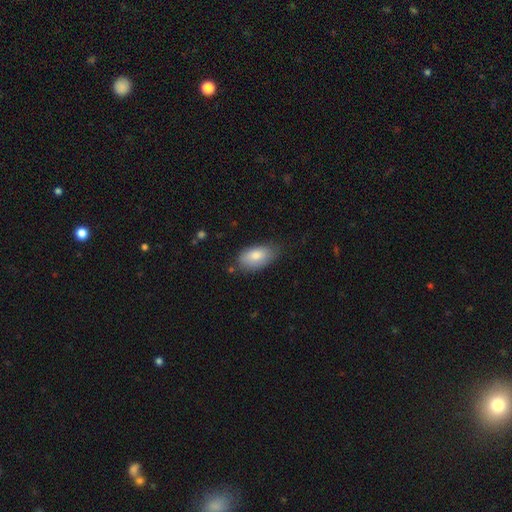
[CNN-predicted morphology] A smooth galaxy with no disk features (82%) that is in between round and cigar-shaped (93%).

Vote fractions:
- Smooth or featured? smooth: 82% / featured or disk: 11% / star or artifact: 6%
- How rounded? in between: 93% / round: 4% / cigar-shaped: 3%
- Merging? none: 70% / minor disturbance: 23% / major disturbance: 4% / merger: 2%